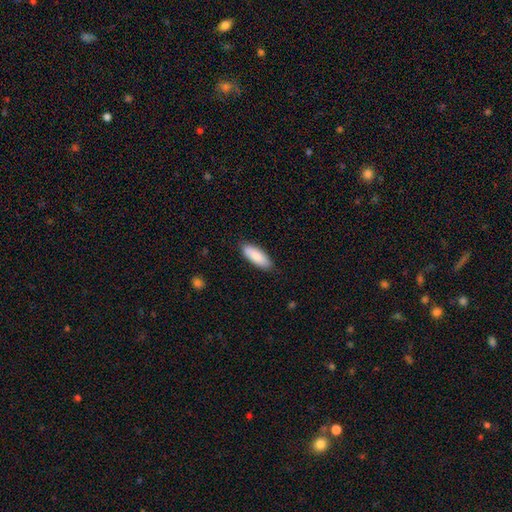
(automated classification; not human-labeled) Smooth or featured? Predicted: smooth (p=0.87). How rounded? Predicted: in between (p=0.69). Merging? Predicted: none (p=0.85).